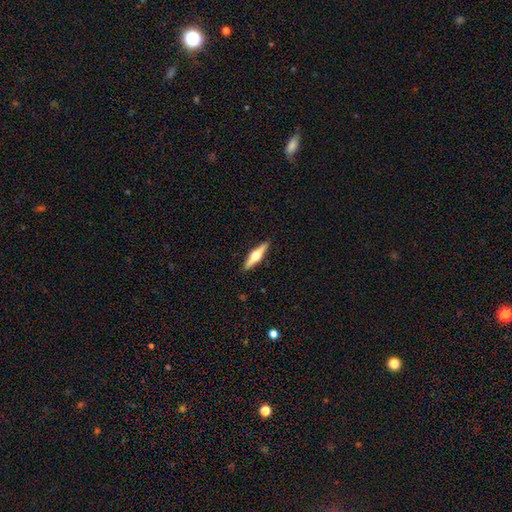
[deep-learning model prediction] Morphology: type=featured or disk (66%); edge-on=yes (97%); edge-on bulge=rounded (95%); merging=none (91%).